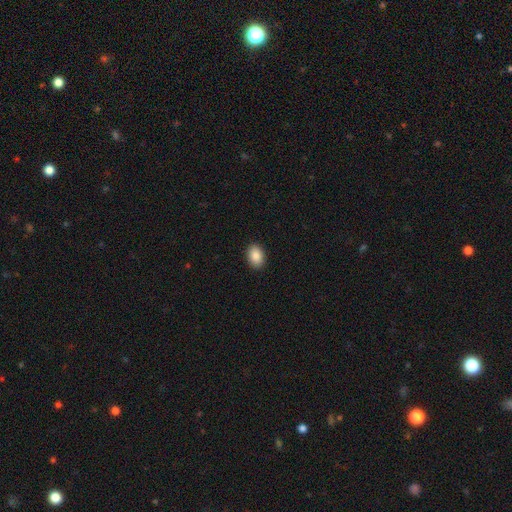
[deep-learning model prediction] smooth-or-featured: smooth: 88% | star or artifact: 7% | featured or disk: 4%
  how-rounded: in between: 84% | round: 15% | cigar-shaped: 1%
  merging: none: 91% | minor disturbance: 6% | major disturbance: 2% | merger: 1%